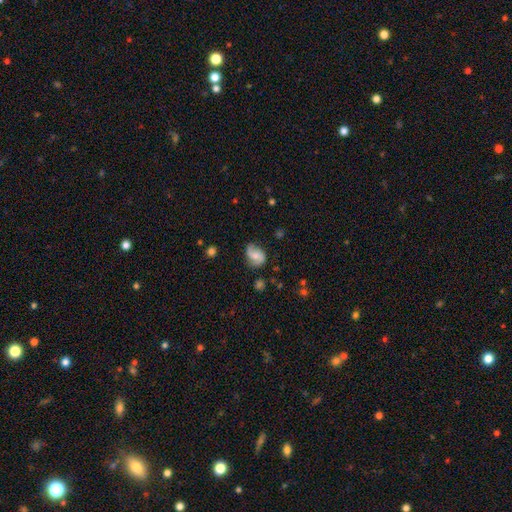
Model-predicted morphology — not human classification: This is likely a featured or disk galaxy (65%). It is clearly not viewed edge-on (97%). Bar: possibly no (53%). Spiral arm pattern: clearly yes (93%). Spiral arm count: clearly 2 (85%). Spiral winding: marginally medium (42%). Central bulge: marginally moderate (44%). Merging: likely none (67%).